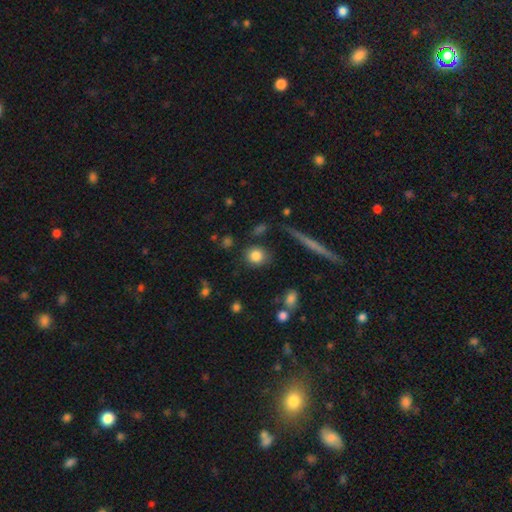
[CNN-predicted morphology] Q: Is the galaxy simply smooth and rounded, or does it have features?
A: smooth — 83%.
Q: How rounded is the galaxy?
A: round — 80%.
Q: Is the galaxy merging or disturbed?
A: none — 82%.